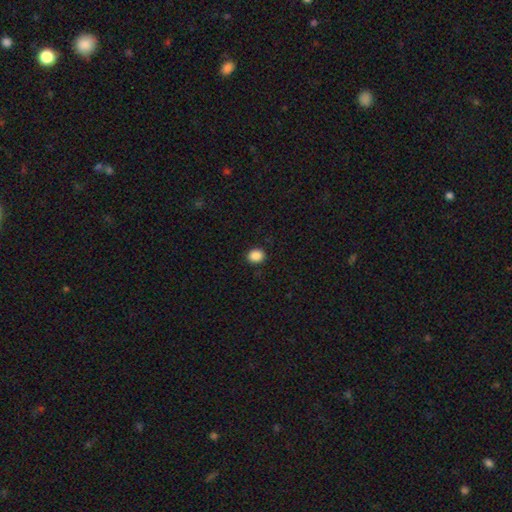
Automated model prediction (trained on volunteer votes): Smooth or featured: smooth — 88% (star or artifact — 9%)
How rounded: round — 62% (in between — 38%)
Merging: none — 90% (minor disturbance — 7%)